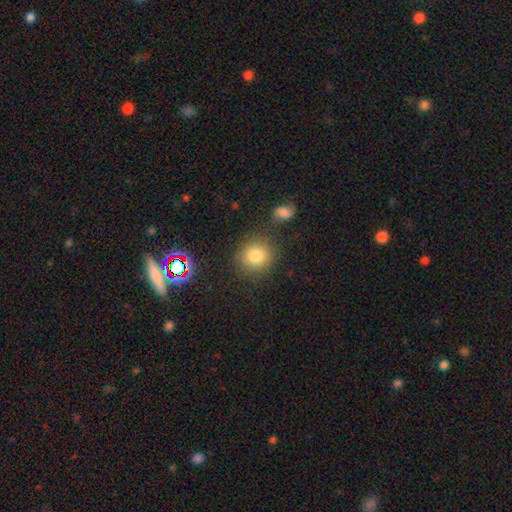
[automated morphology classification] Q: Smooth or featured?
A: smooth (82%); runner-up: star or artifact (11%)
Q: How rounded?
A: round (85%); runner-up: in between (14%)
Q: Merging?
A: none (81%); runner-up: minor disturbance (10%)